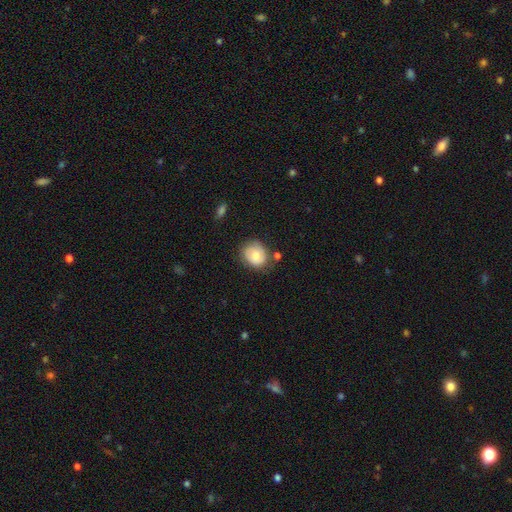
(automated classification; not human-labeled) Smooth or featured?
  - smooth: 68% *
  - featured or disk: 24%
  - star or artifact: 8%
How rounded?
  - round: 64% *
  - in between: 35%
  - cigar-shaped: 1%
Merging?
  - none: 66% *
  - minor disturbance: 22%
  - major disturbance: 6%
  - merger: 5%